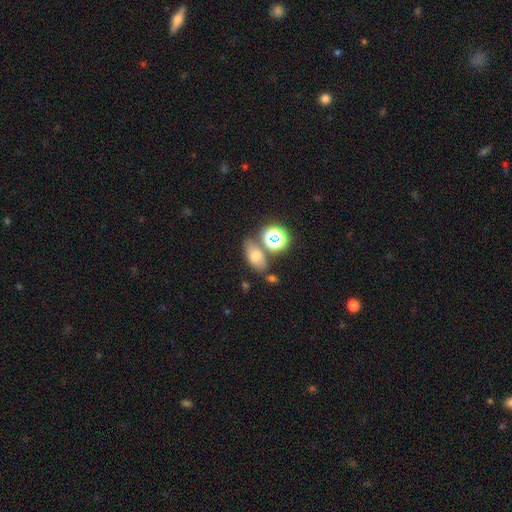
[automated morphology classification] A smooth galaxy with no disk features (63%) that is in between round and cigar-shaped (79%).

Vote fractions:
- Smooth or featured? smooth: 63% / star or artifact: 20% / featured or disk: 17%
- How rounded? in between: 79% / round: 17% / cigar-shaped: 4%
- Merging? none: 65% / merger: 16% / minor disturbance: 14% / major disturbance: 5%